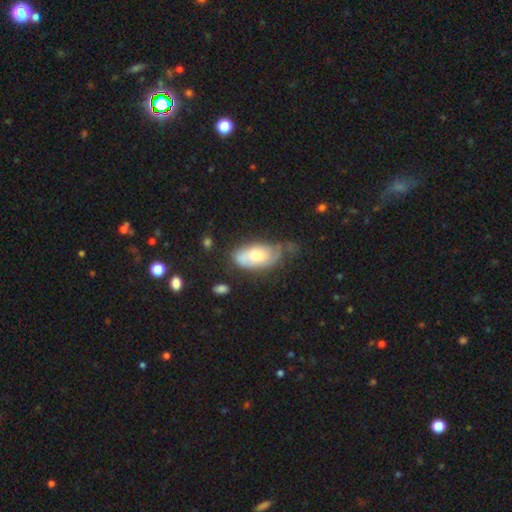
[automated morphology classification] A smooth galaxy with no disk features (49%).

Vote fractions:
- Smooth or featured? smooth: 49% / featured or disk: 44% / star or artifact: 7%
- Merging? none: 43% / minor disturbance: 35% / major disturbance: 16% / merger: 6%